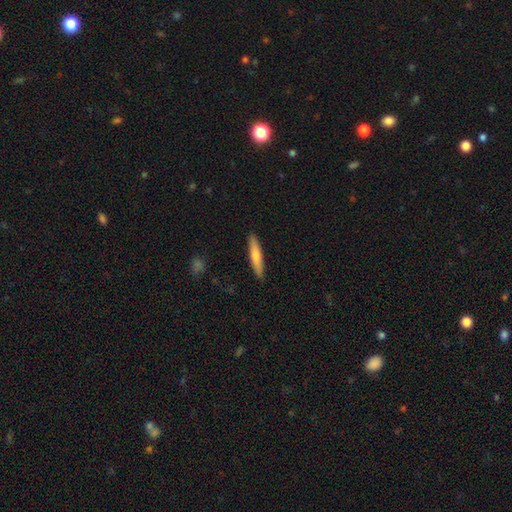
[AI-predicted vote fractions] Smooth or featured? smooth (73%)
How rounded? cigar-shaped (89%)
Merging? none (90%)